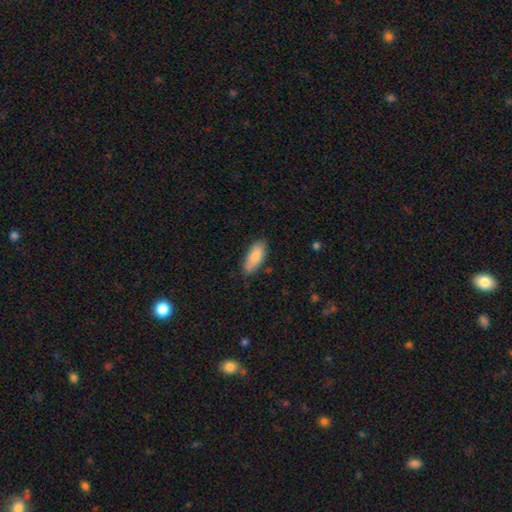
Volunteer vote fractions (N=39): A smooth galaxy with no disk features (79%) that is in between round and cigar-shaped (71%). Merging: none (78%).